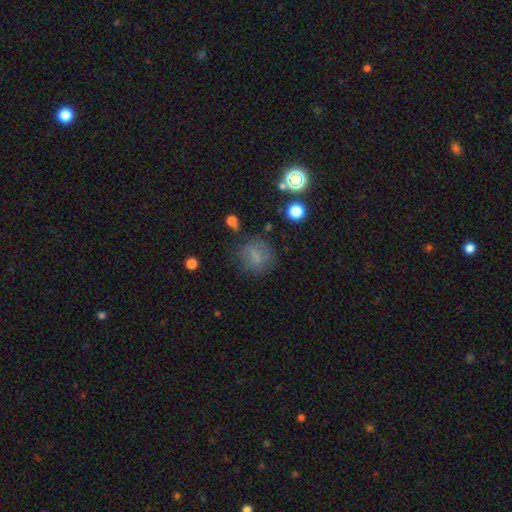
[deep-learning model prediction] Smooth or featured? Predicted: smooth (p=0.64). How rounded? Predicted: round (p=0.71). Merging? Predicted: none (p=0.66).